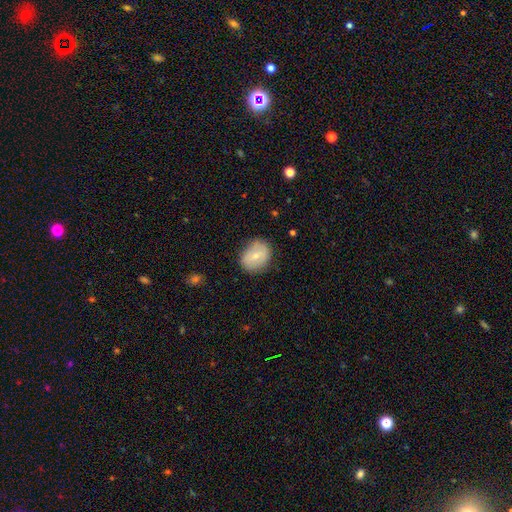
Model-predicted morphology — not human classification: Smooth or featured?
  - smooth: 67% *
  - featured or disk: 25%
  - star or artifact: 7%
How rounded?
  - in between: 51% *
  - round: 48%
  - cigar-shaped: 1%
Merging?
  - none: 75% *
  - minor disturbance: 19%
  - major disturbance: 5%
  - merger: 1%